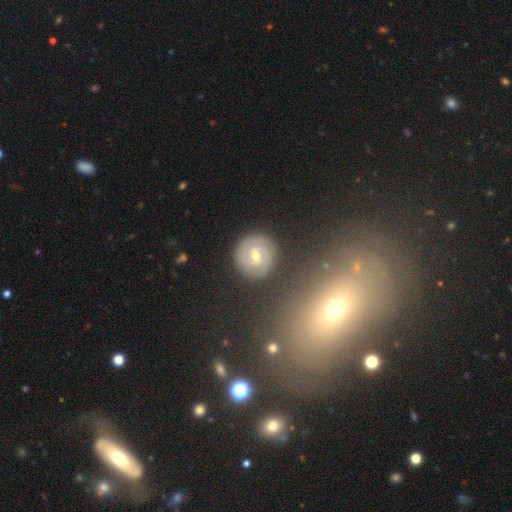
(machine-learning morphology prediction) smooth-or-featured: featured or disk: 49% | smooth: 42% | star or artifact: 9%
  merging: none: 84% | minor disturbance: 9% | merger: 4% | major disturbance: 3%